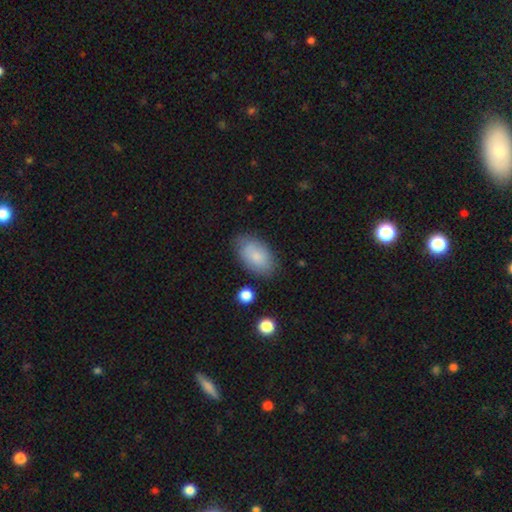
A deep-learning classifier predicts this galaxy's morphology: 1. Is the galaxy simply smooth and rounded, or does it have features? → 79% smooth, 14% featured or disk, 7% star or artifact.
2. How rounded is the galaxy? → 93% in between, 6% round, 2% cigar-shaped.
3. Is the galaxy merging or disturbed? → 75% none, 18% minor disturbance, 4% major disturbance, 3% merger.